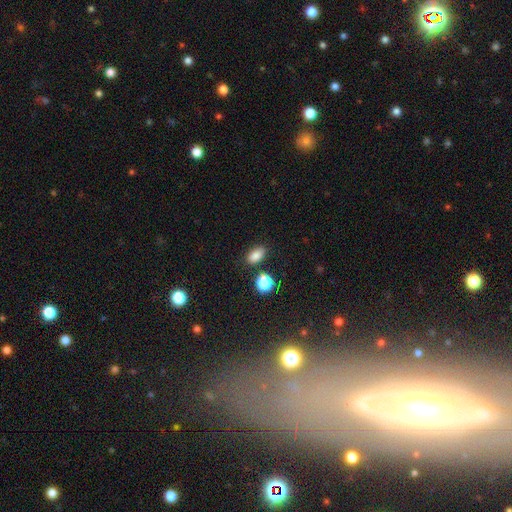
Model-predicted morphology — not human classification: Q: Smooth or featured?
A: smooth (82%); runner-up: star or artifact (13%)
Q: How rounded?
A: in between (86%); runner-up: round (11%)
Q: Merging?
A: none (81%); runner-up: minor disturbance (11%)